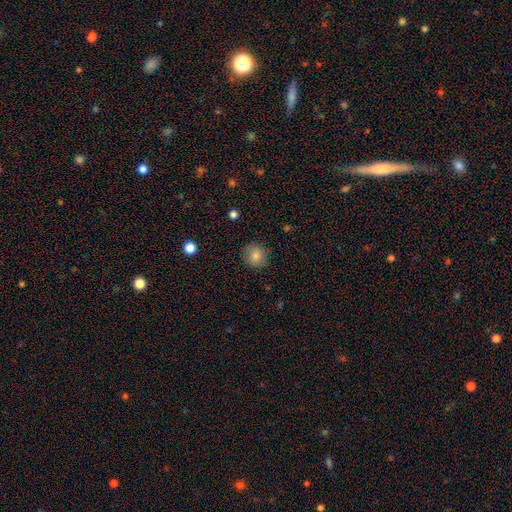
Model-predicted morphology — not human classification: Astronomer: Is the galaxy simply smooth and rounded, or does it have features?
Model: smooth — 81%.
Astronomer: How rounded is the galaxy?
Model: round — 89%.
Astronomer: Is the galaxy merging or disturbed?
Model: none — 87%.